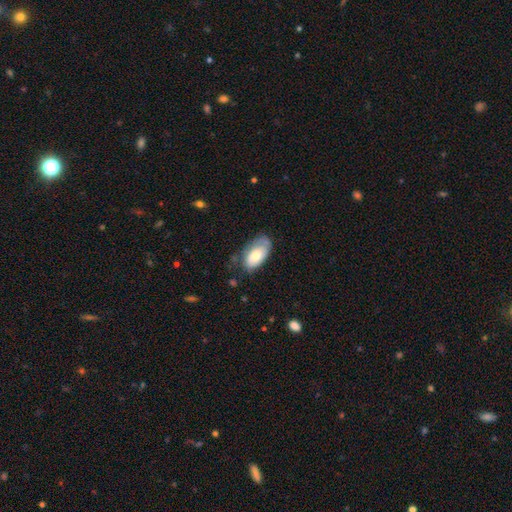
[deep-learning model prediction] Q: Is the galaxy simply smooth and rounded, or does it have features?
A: smooth — 65%.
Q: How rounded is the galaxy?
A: in between — 94%.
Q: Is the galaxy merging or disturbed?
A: none — 55%.